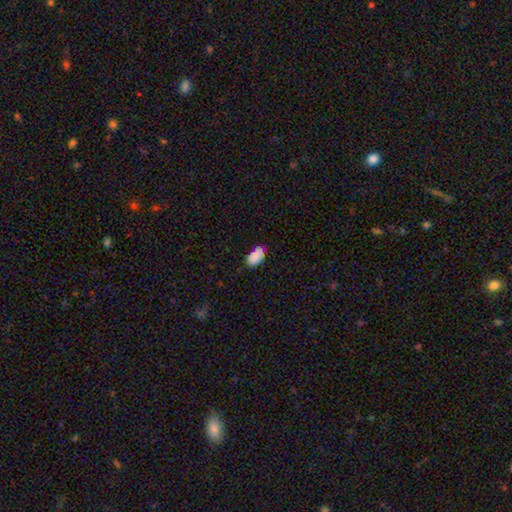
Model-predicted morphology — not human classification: smooth_or_featured: smooth (p=0.86) [alt: star or artifact p=0.08]
how_rounded: in between (p=0.94) [alt: round p=0.04]
merging: none (p=0.67) [alt: minor disturbance p=0.25]